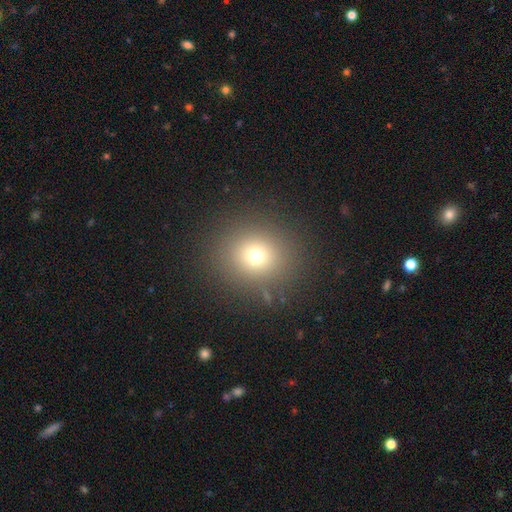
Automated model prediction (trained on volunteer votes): Overall: smooth (71%). How rounded: round (84%). Merging: none (87%).